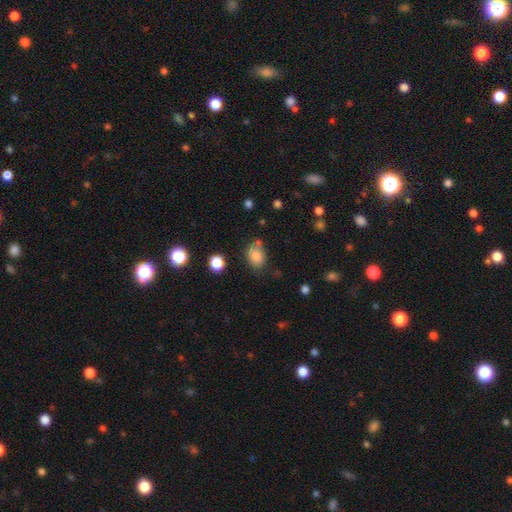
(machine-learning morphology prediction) Smooth or featured?
  - smooth: 82% *
  - star or artifact: 11%
  - featured or disk: 7%
How rounded?
  - in between: 72% *
  - round: 27%
  - cigar-shaped: 1%
Merging?
  - none: 61% *
  - minor disturbance: 24%
  - merger: 9%
  - major disturbance: 6%